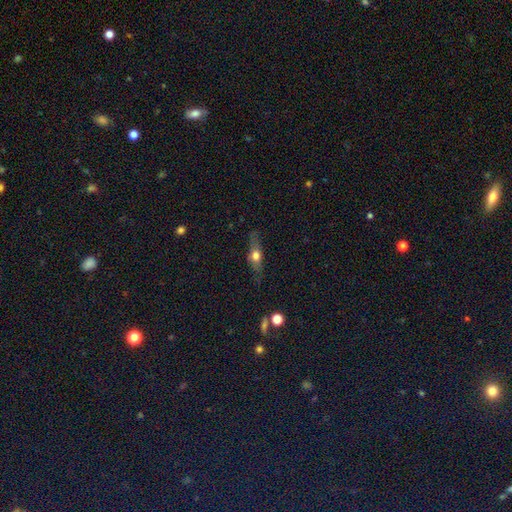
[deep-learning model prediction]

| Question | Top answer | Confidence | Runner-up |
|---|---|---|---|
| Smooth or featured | smooth | 49% | featured or disk (43%) |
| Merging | none | 73% | minor disturbance (19%) |